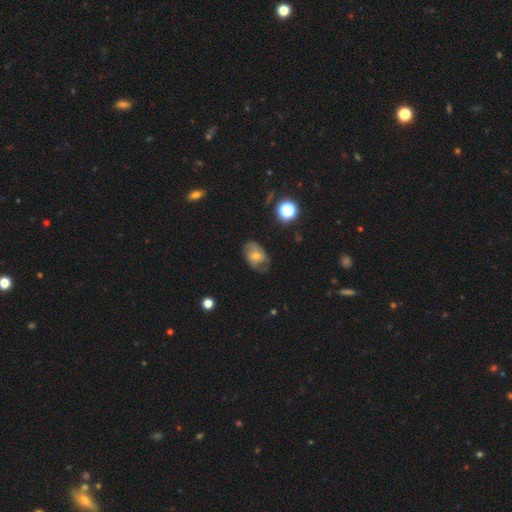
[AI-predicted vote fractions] smooth_or_featured: featured or disk (p=0.50) [alt: smooth p=0.39]
merging: none (p=0.61) [alt: minor disturbance p=0.27]